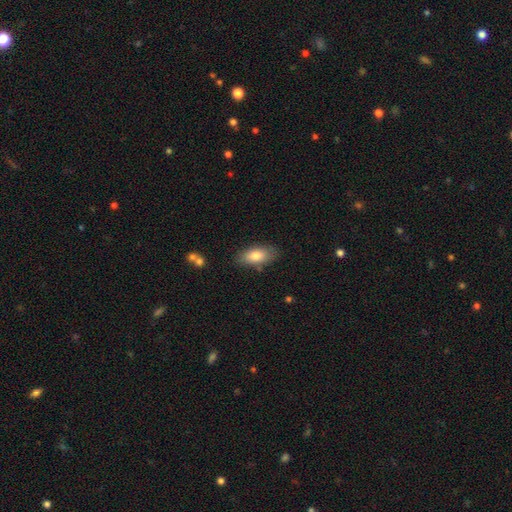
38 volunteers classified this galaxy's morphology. Smooth or featured? smooth (82%)
How rounded? in between (84%)
Merging? none (75%)